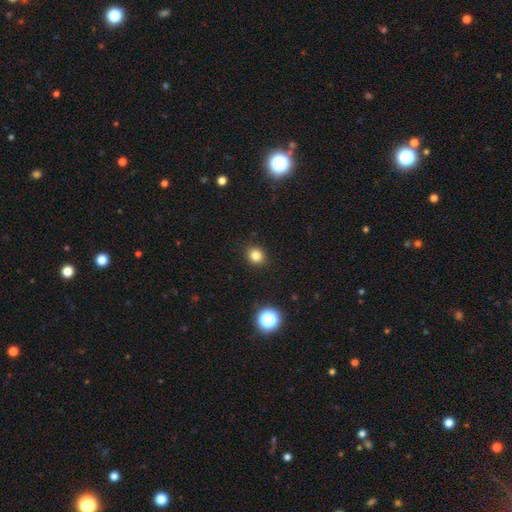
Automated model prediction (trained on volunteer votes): smooth 82%, star or artifact 13%, featured or disk 5%. Down the decision tree: how rounded — round (83%); merging — none (91%).